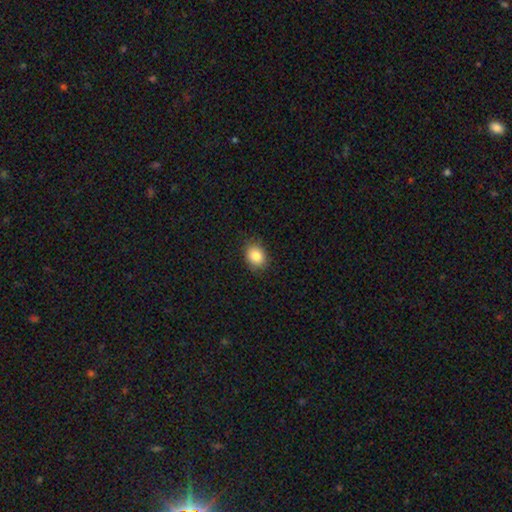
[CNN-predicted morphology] Smooth or featured? smooth (85%)
How rounded? in between (56%)
Merging? none (85%)